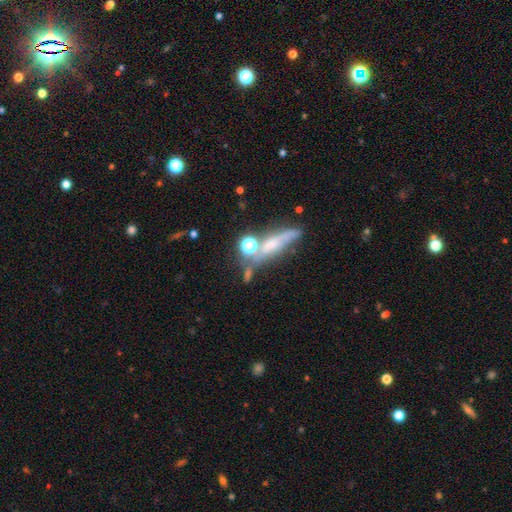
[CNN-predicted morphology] A smooth galaxy with no disk features (39%). Merging: none (49%).